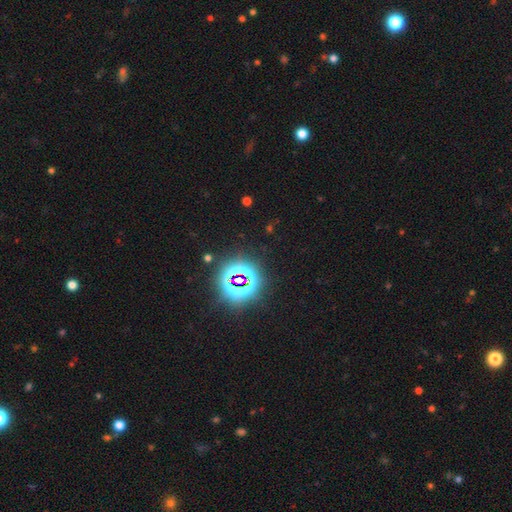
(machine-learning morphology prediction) Smooth or featured? star or artifact (82%)